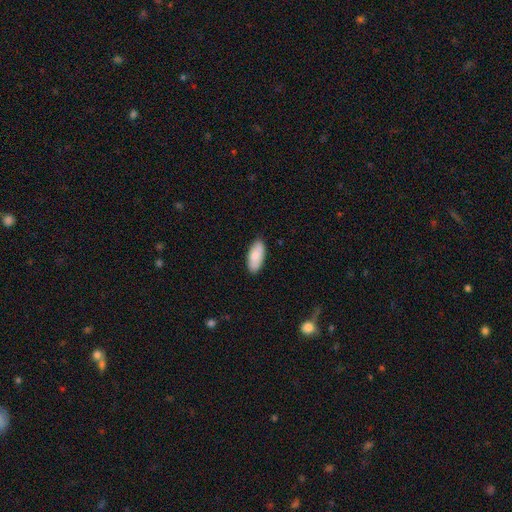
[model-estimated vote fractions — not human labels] Smooth or featured? Predicted: smooth (p=0.81). How rounded? Predicted: in between (p=0.87). Merging? Predicted: none (p=0.86).